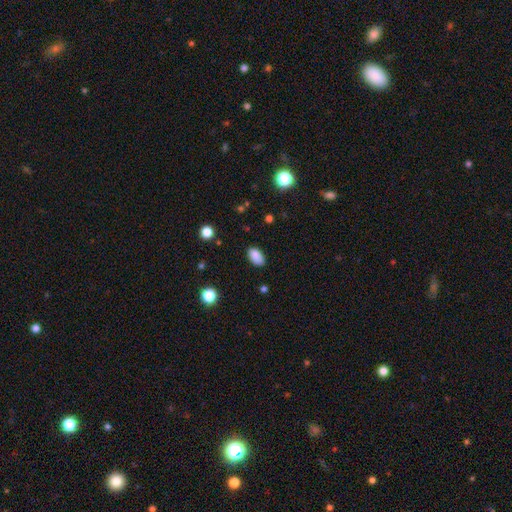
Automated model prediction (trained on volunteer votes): The model was most divided on "merging": none: 84%, minor disturbance: 12%, major disturbance: 3%, merger: 1%. More confident: how rounded — in between (92%); smooth or featured — smooth (87%).